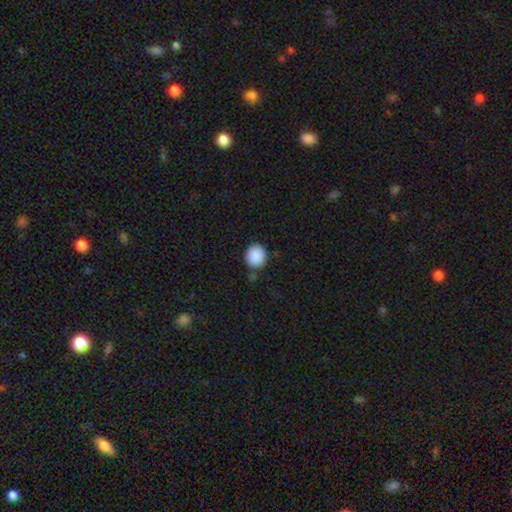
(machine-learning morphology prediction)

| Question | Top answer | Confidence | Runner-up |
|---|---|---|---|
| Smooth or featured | smooth | 89% | star or artifact (8%) |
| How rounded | round | 85% | in between (14%) |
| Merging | none | 81% | minor disturbance (11%) |